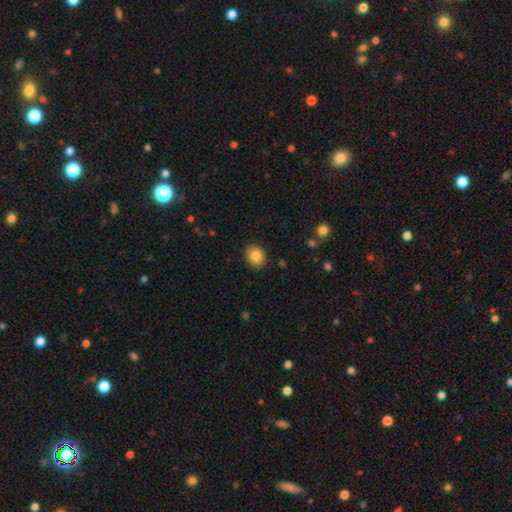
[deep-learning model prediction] A smooth galaxy with no disk features (85%) that is round (55%). Merging: none (88%).